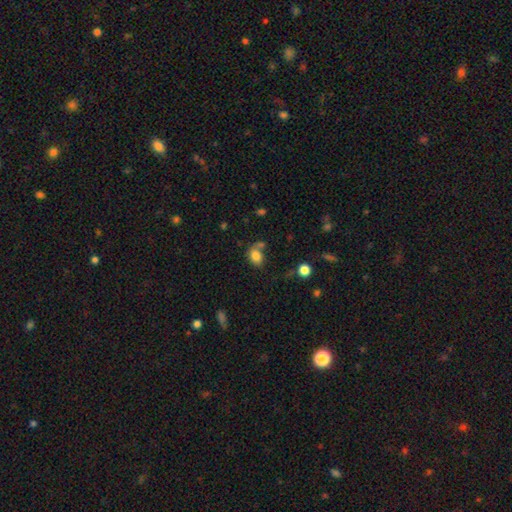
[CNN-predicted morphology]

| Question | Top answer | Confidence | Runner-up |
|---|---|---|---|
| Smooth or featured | smooth | 81% | star or artifact (11%) |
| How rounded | in between | 66% | round (33%) |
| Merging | none | 51% | merger (23%) |